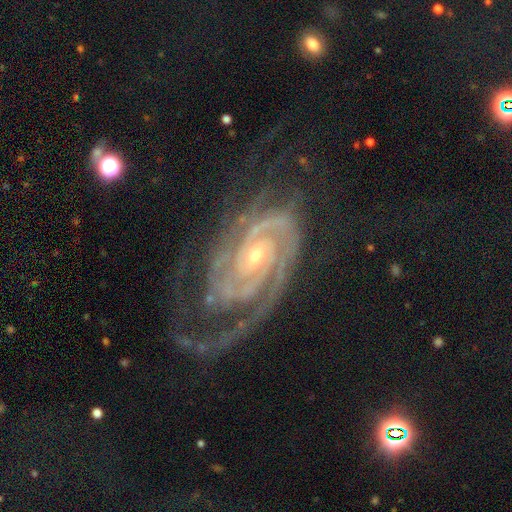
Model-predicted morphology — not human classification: Smooth or featured: featured or disk — 92% (star or artifact — 5%)
Edge-on disk: no — 97% (yes — 3%)
Bar: no — 57% (weak — 29%)
Spiral arms: yes — 99% (no — 1%)
Spiral winding: tight — 74% (medium — 21%)
Spiral arm count: 2 — 58% (3 — 15%)
Bulge size: small — 57% (moderate — 40%)
Merging: none — 60% (minor disturbance — 20%)